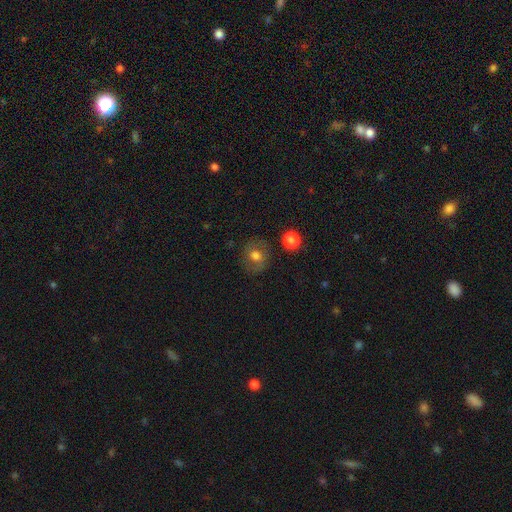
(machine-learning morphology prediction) Smooth or featured? smooth (64%)
How rounded? round (73%)
Merging? none (80%)